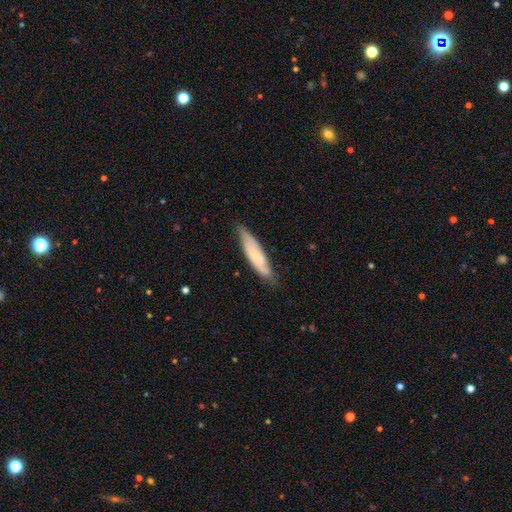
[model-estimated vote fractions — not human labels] Morphology: type=smooth (54%); roundness=cigar-shaped (74%); merging=none (76%).